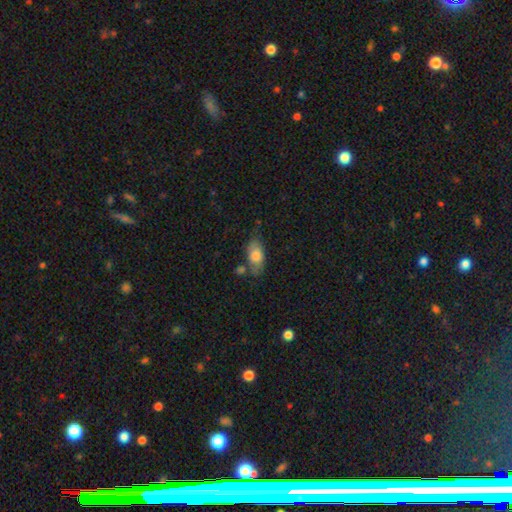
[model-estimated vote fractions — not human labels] A smooth galaxy with no disk features (74%) that is in between round and cigar-shaped (88%).

Vote fractions:
- Smooth or featured? smooth: 74% / featured or disk: 19% / star or artifact: 7%
- How rounded? in between: 88% / cigar-shaped: 7% / round: 5%
- Merging? none: 59% / minor disturbance: 23% / merger: 11% / major disturbance: 7%